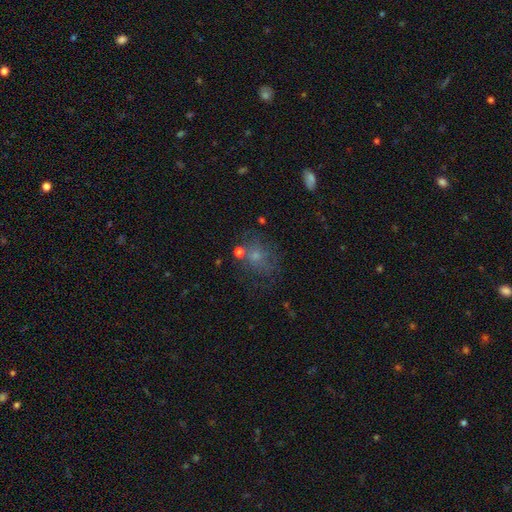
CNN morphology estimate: A smooth galaxy with no disk features (52%) that is round (58%). Merging: none (52%).